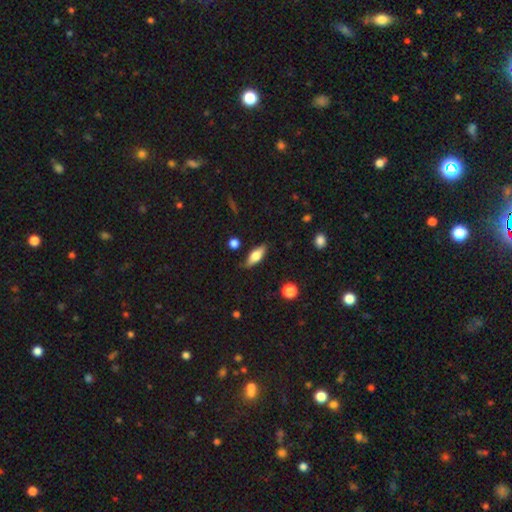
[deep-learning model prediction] This appears to be a smooth galaxy with no disk features (64%) that is in between round and cigar-shaped (69%). Merging: none (83%).